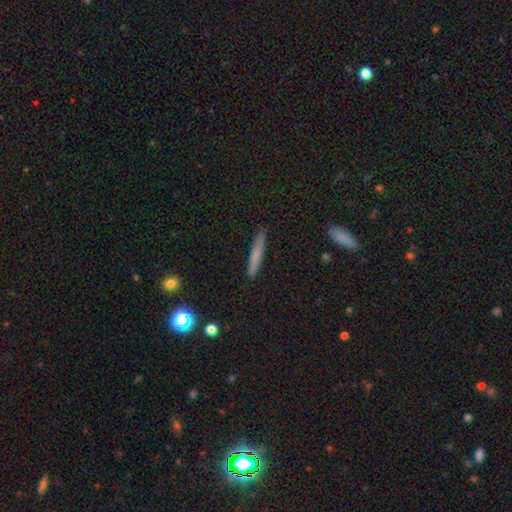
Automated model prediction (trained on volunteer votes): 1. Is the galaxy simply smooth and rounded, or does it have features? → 70% smooth, 22% featured or disk, 7% star or artifact.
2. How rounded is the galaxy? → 95% cigar-shaped, 4% in between, 2% round.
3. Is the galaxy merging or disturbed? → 89% none, 8% minor disturbance, 2% major disturbance, 1% merger.